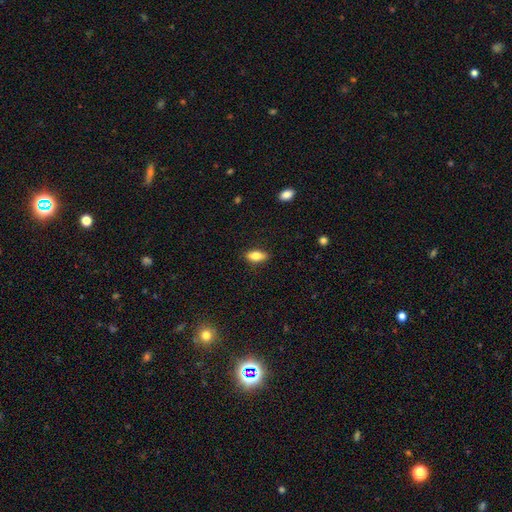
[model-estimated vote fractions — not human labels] A smooth galaxy with no disk features (81%) that is in between round and cigar-shaped (84%).

Vote fractions:
- Smooth or featured? smooth: 81% / featured or disk: 12% / star or artifact: 8%
- How rounded? in between: 84% / cigar-shaped: 12% / round: 4%
- Merging? none: 86% / minor disturbance: 10% / major disturbance: 2% / merger: 1%